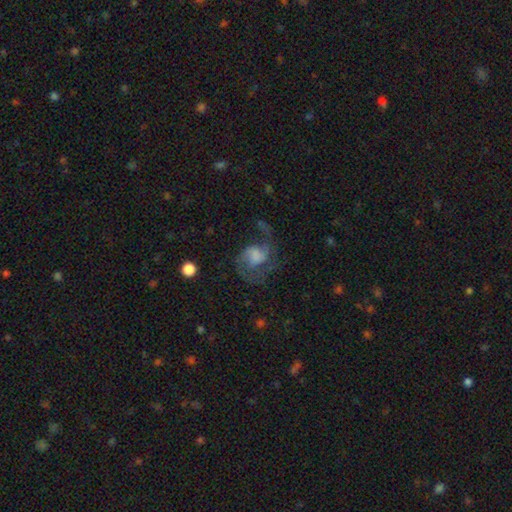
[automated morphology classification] featured or disk 72%, smooth 19%, star or artifact 9%. Down the decision tree: edge-on disk — no (98%); bar — no (61%); spiral arms — yes (90%); spiral arm count — 2 (57%); spiral winding — medium (46%); bulge size — none (28%, tied with large); merging — none (47%).